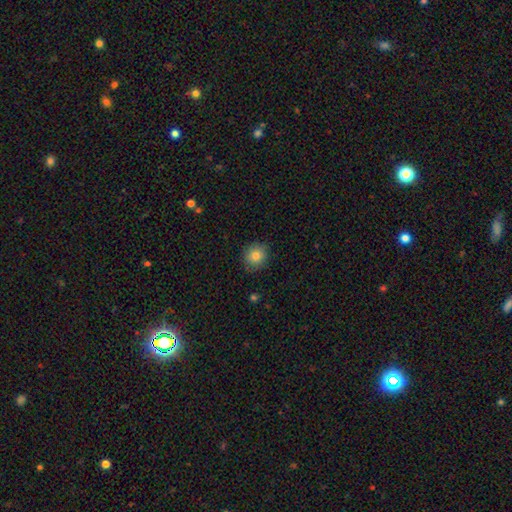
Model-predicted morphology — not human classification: A smooth galaxy with no disk features (83%) that is round (84%).

Vote fractions:
- Smooth or featured? smooth: 83% / star or artifact: 9% / featured or disk: 8%
- How rounded? round: 84% / in between: 15% / cigar-shaped: 1%
- Merging? none: 86% / minor disturbance: 11% / major disturbance: 2% / merger: 1%